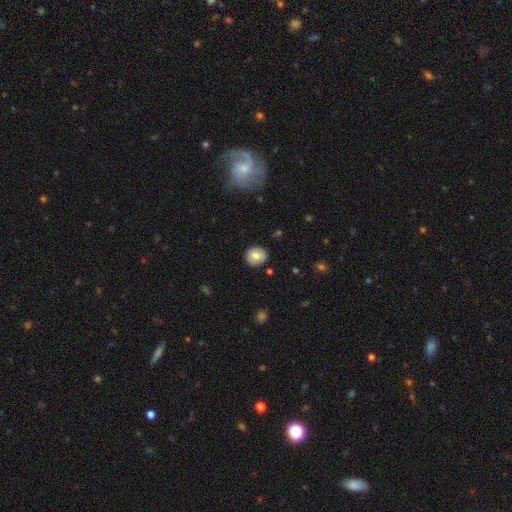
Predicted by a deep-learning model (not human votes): A smooth galaxy with no disk features (74%) that is round (80%). Merging: none (87%).